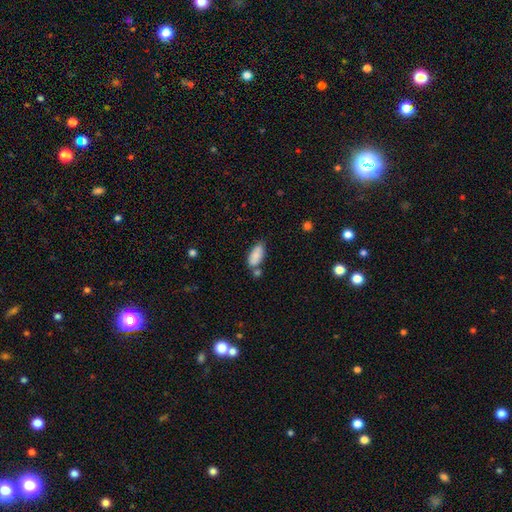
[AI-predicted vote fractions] smooth 83%, featured or disk 10%, star or artifact 7%. Down the decision tree: how rounded — in between (90%); merging — none (52%).